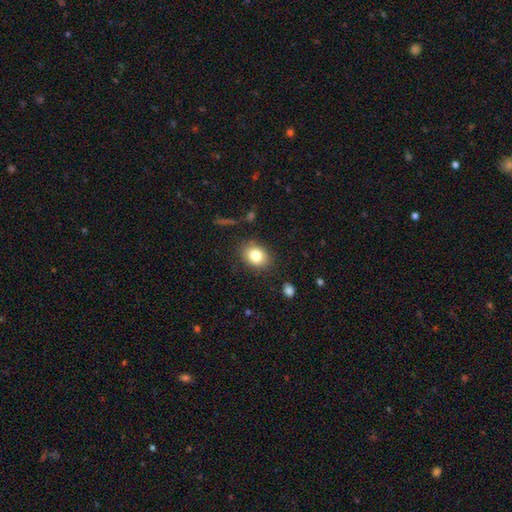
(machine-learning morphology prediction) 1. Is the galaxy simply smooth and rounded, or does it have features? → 81% smooth, 10% star or artifact, 10% featured or disk.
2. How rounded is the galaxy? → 57% in between, 42% round, 1% cigar-shaped.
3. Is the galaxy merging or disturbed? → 85% none, 10% minor disturbance, 3% major disturbance, 2% merger.